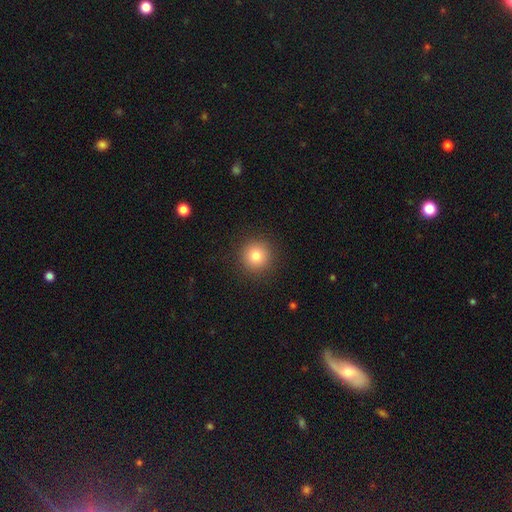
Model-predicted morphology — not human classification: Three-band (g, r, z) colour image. It shows a smooth galaxy with no disk features (81%) that is round (94%). Merging: none (91%).